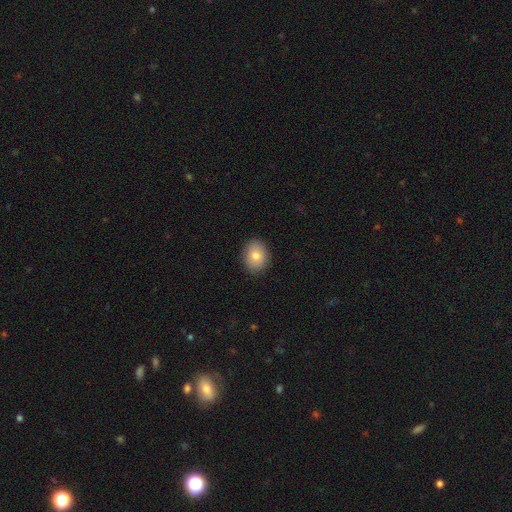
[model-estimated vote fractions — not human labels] This appears to be a smooth galaxy with no disk features (81%) that is in between round and cigar-shaped (55%). Merging: none (89%).